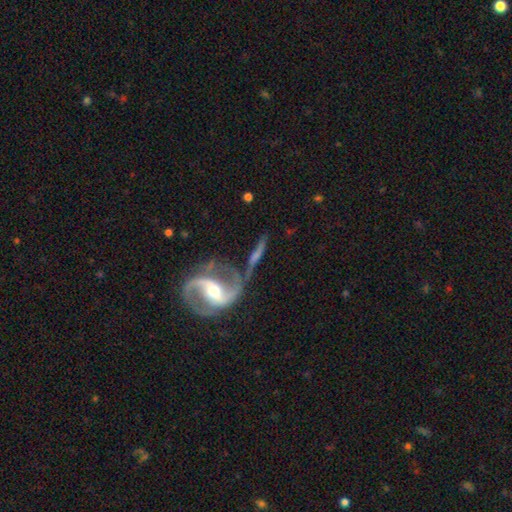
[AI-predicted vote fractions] smooth_or_featured: featured or disk (p=0.85) [alt: smooth p=0.08]
disk_edge_on: no (p=0.92) [alt: yes p=0.08]
bar: weak (p=0.40) [alt: strong p=0.38]
has_spiral_arms: yes (p=0.93) [alt: no p=0.07]
spiral_winding: medium (p=0.47) [alt: loose p=0.37]
spiral_arm_count: 2 (p=0.89) [alt: 1 p=0.04]
bulge_size: moderate (p=0.58) [alt: small p=0.33]
merging: none (p=0.50) [alt: merger p=0.19]